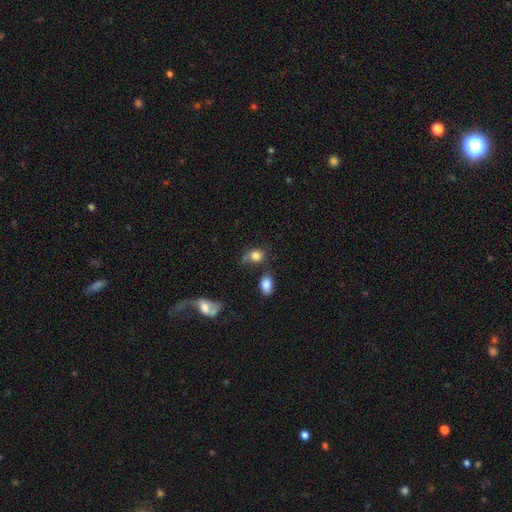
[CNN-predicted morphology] Smooth or featured? smooth (82%)
How rounded? round (52%)
Merging? none (44%)